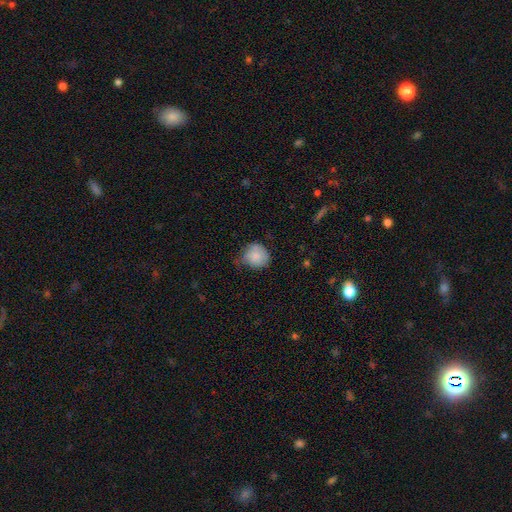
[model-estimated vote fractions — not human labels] smooth-or-featured: smooth: 82% | featured or disk: 11% | star or artifact: 8%
  how-rounded: round: 78% | in between: 21% | cigar-shaped: 1%
  merging: none: 43% (tied) | minor disturbance: 43% (tied) | major disturbance: 12% | merger: 2%